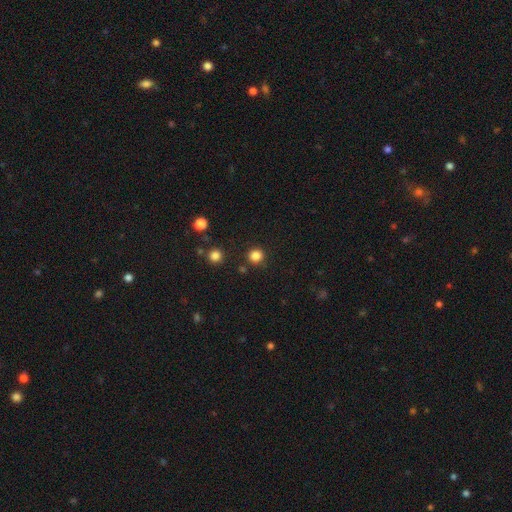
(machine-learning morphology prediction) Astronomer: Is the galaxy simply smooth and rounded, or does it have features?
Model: smooth — 84%.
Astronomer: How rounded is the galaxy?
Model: round — 92%.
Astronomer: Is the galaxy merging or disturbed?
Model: none — 88%.